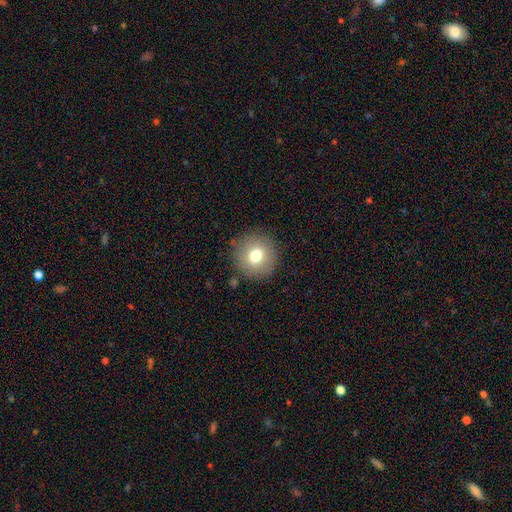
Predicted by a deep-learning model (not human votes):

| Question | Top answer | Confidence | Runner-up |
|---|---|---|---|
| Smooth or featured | smooth | 75% | featured or disk (14%) |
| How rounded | round | 93% | in between (6%) |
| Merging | none | 88% | minor disturbance (8%) |